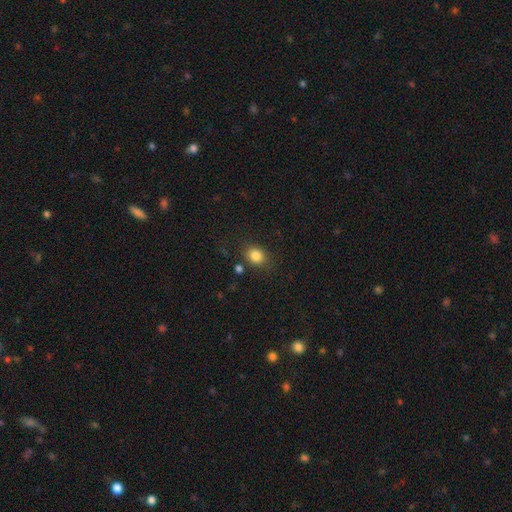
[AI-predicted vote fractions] Smooth or featured? smooth (84%)
How rounded? round (58%)
Merging? none (80%)